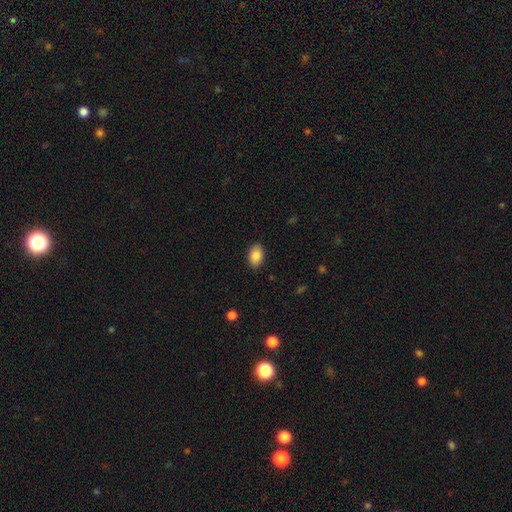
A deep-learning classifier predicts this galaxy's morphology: A smooth galaxy with no disk features (87%) that is in between round and cigar-shaped (89%).

Vote fractions:
- Smooth or featured? smooth: 87% / star or artifact: 7% / featured or disk: 6%
- How rounded? in between: 89% / round: 10% / cigar-shaped: 1%
- Merging? none: 88% / minor disturbance: 9% / major disturbance: 2% / merger: 1%